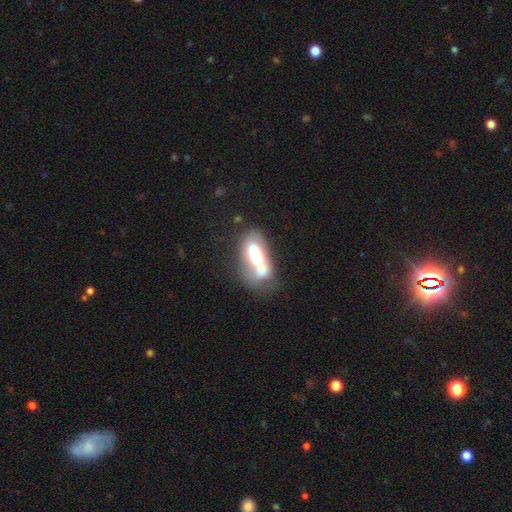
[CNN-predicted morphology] smooth_or_featured: smooth (p=0.54) [alt: featured or disk p=0.38]
how_rounded: in between (p=0.84) [alt: cigar-shaped p=0.11]
merging: merger (p=0.54) [alt: none p=0.20]